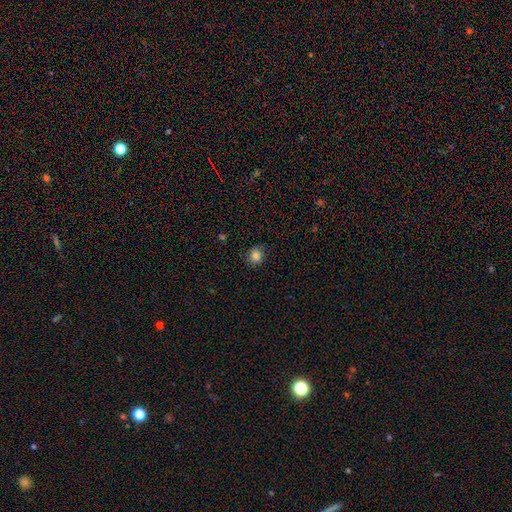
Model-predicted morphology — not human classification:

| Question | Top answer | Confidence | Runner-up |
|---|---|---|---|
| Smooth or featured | smooth | 84% | star or artifact (11%) |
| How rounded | round | 78% | in between (21%) |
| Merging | none | 85% | minor disturbance (11%) |